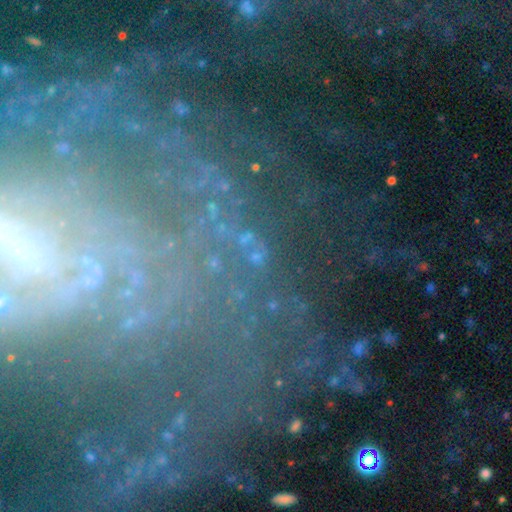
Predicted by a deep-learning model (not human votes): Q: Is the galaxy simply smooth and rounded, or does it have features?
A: featured or disk — 59%.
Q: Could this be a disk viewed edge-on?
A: no — 93%.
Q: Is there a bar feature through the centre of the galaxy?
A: no — 58%.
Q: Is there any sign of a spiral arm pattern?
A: yes — 76%.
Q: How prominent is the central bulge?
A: small — 53%.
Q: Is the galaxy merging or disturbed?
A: none — 65%.